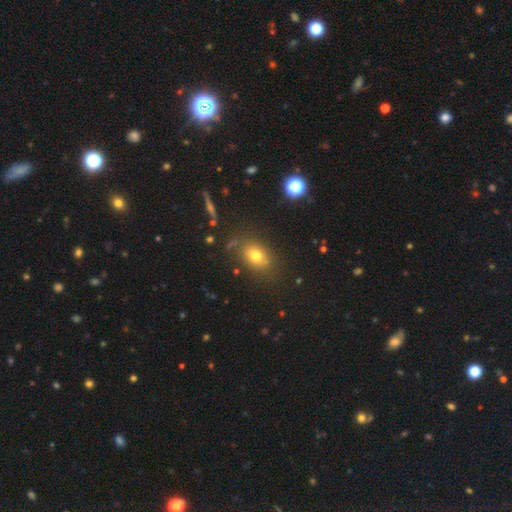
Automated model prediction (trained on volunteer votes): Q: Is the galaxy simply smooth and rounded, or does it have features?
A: smooth — 72%.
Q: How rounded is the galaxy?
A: in between — 66%.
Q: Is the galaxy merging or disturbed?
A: none — 77%.